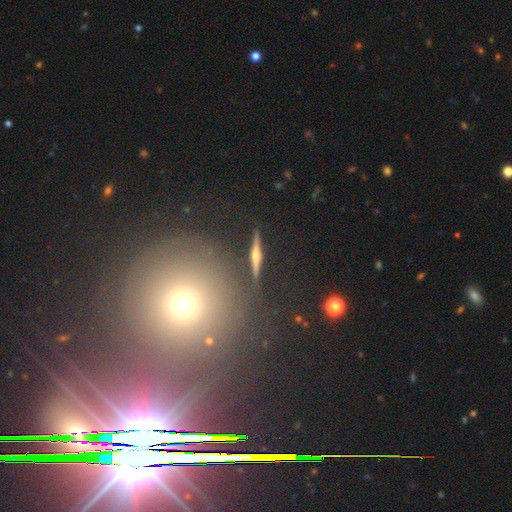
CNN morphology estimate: Overall: featured or disk (70%). Edge-on disk: yes (94%). Edge-on bulge: rounded (87%). Merging: none (87%).